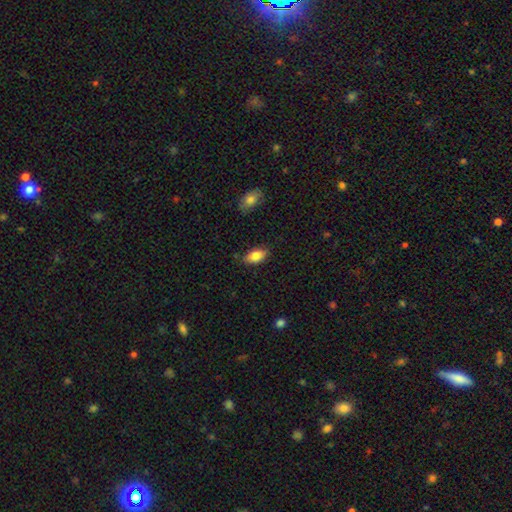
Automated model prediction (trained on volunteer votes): smooth 81%, featured or disk 12%, star or artifact 7%. Down the decision tree: how rounded — in between (90%); merging — none (82%).